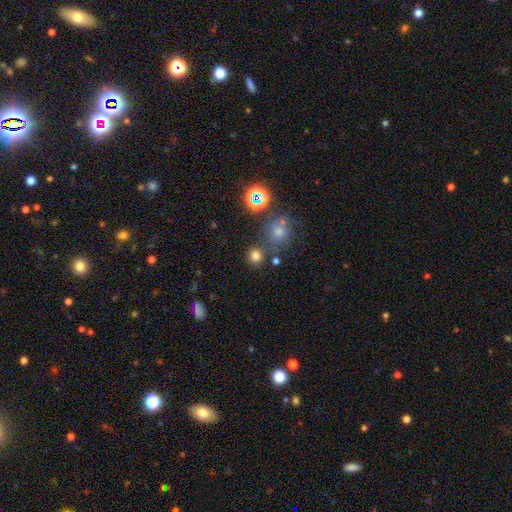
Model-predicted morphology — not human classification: Smooth or featured? smooth (73%)
How rounded? round (86%)
Merging? none (74%)